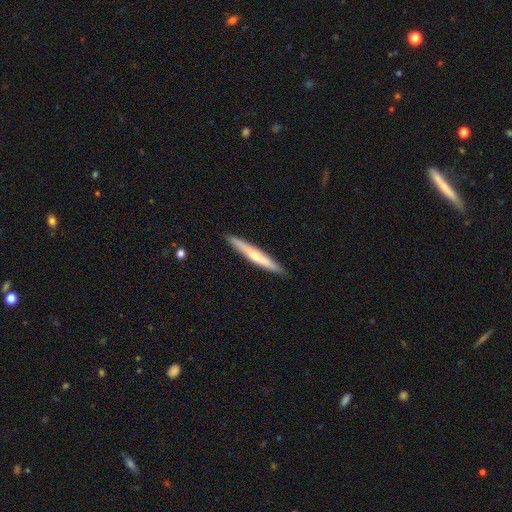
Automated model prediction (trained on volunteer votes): Smooth or featured: smooth — 48% (featured or disk — 47%)
Merging: none — 91% (minor disturbance — 7%)